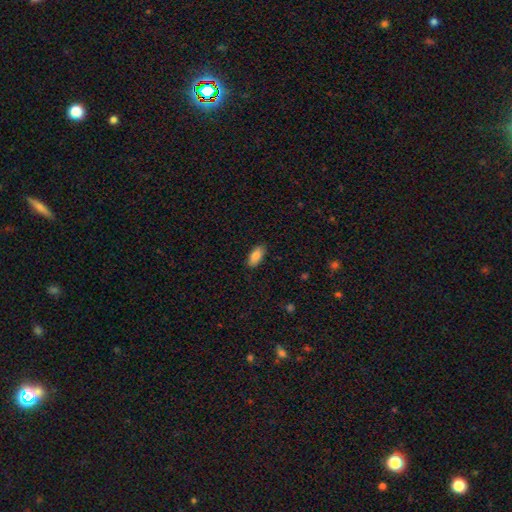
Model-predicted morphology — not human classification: Smooth or featured?
  - smooth: 86% *
  - featured or disk: 7%
  - star or artifact: 7%
How rounded?
  - in between: 91% *
  - cigar-shaped: 7%
  - round: 2%
Merging?
  - none: 87% *
  - minor disturbance: 10%
  - major disturbance: 2%
  - merger: 1%